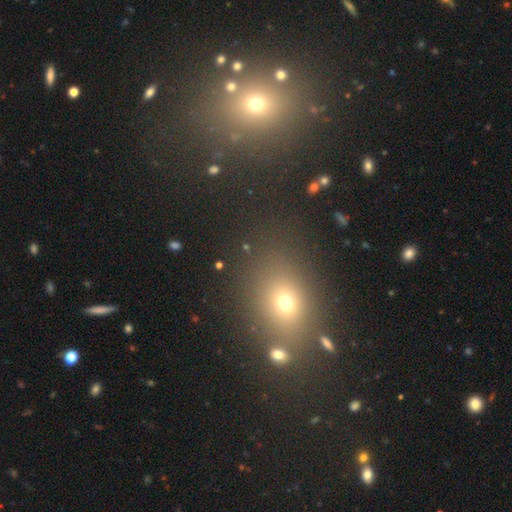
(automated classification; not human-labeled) smooth_or_featured: smooth (p=0.52) [alt: star or artifact p=0.37]
how_rounded: in between (p=0.54) [alt: round p=0.44]
merging: none (p=0.80) [alt: minor disturbance p=0.09]